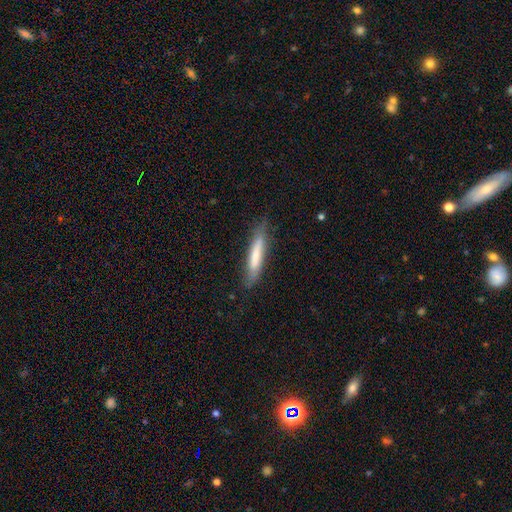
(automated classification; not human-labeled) A smooth galaxy with no disk features (69%) that is cigar-shaped (89%). Merging: none (78%).